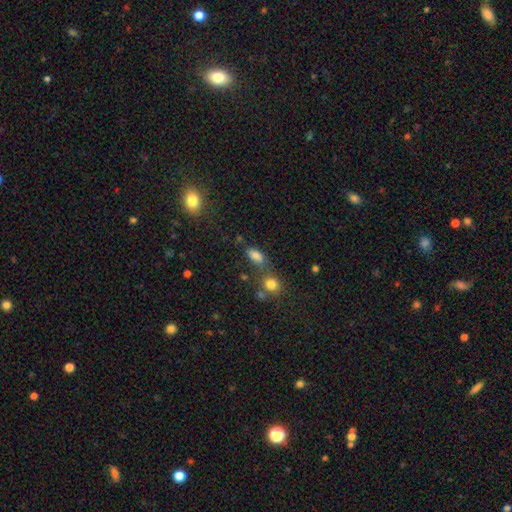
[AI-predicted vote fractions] A smooth galaxy with no disk features (80%) that is in between round and cigar-shaped (85%). Merging: none (55%).